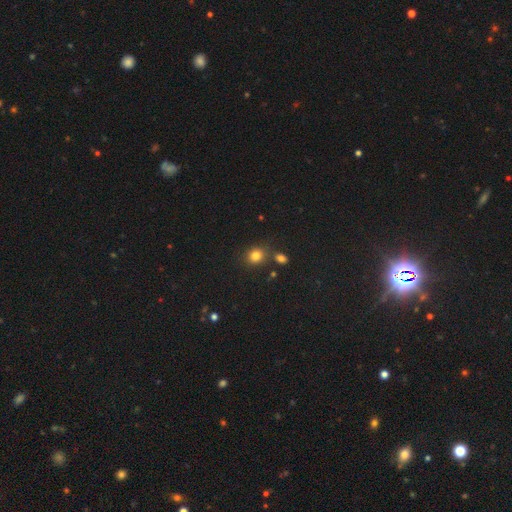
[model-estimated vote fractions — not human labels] Smooth or featured? Predicted: smooth (p=0.80). How rounded? Predicted: round (p=0.69). Merging? Predicted: none (p=0.74).